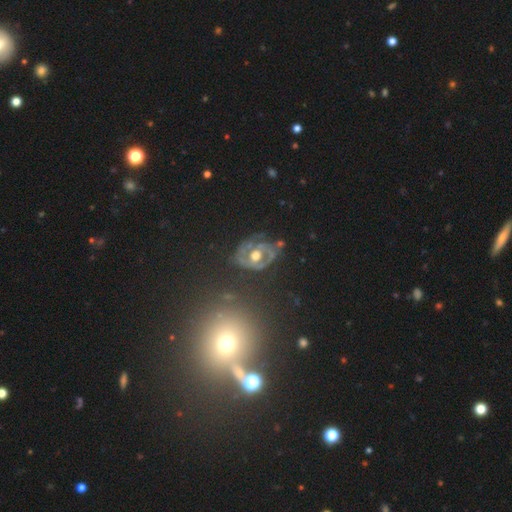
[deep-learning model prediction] A featured or disk galaxy (72%) with no bar (72%), spiral arms (61%) and a moderate central bulge (62%). Merging: none (61%).